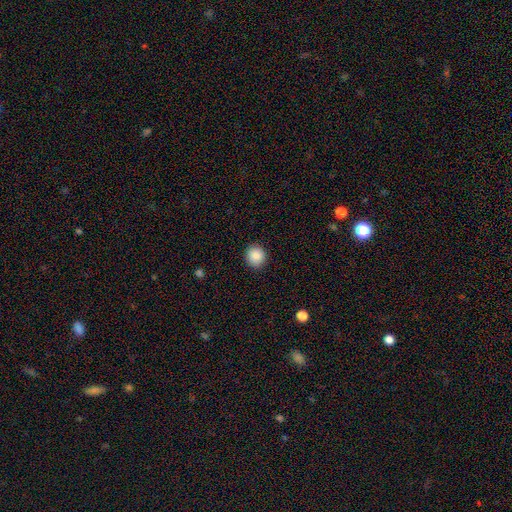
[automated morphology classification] A smooth galaxy with no disk features (88%) that is round (90%). Merging: none (90%).